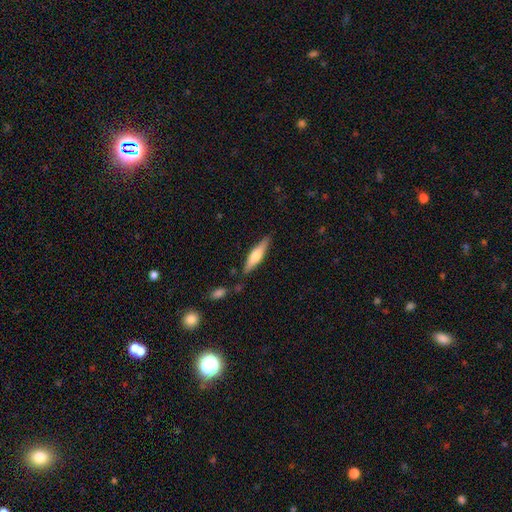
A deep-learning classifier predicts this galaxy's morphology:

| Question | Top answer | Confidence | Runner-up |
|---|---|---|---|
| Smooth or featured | featured or disk | 48% | smooth (47%) |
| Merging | none | 82% | minor disturbance (11%) |